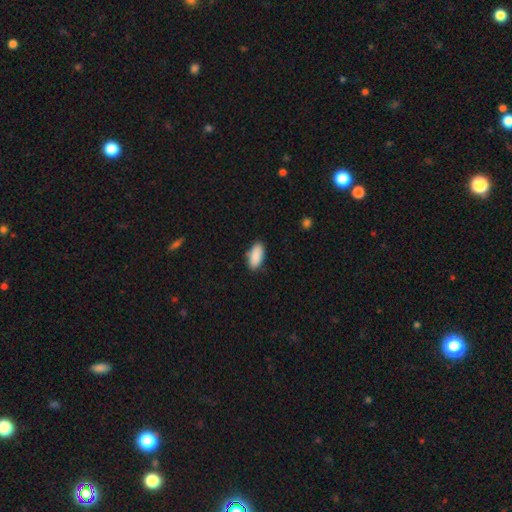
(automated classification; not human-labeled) A smooth galaxy with no disk features (90%) that is in between round and cigar-shaped (89%).

Vote fractions:
- Smooth or featured? smooth: 90% / star or artifact: 6% / featured or disk: 4%
- How rounded? in between: 89% / cigar-shaped: 9% / round: 2%
- Merging? none: 85% / minor disturbance: 11% / major disturbance: 2% / merger: 1%